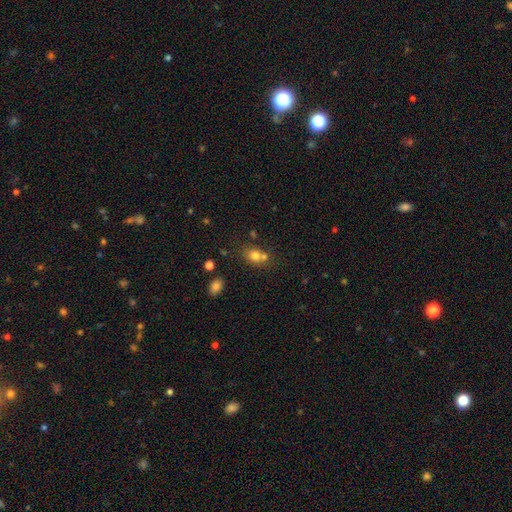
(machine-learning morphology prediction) Smooth or featured: smooth — 74% (star or artifact — 14%)
How rounded: round — 58% (in between — 40%)
Merging: none — 45% (merger — 41%)